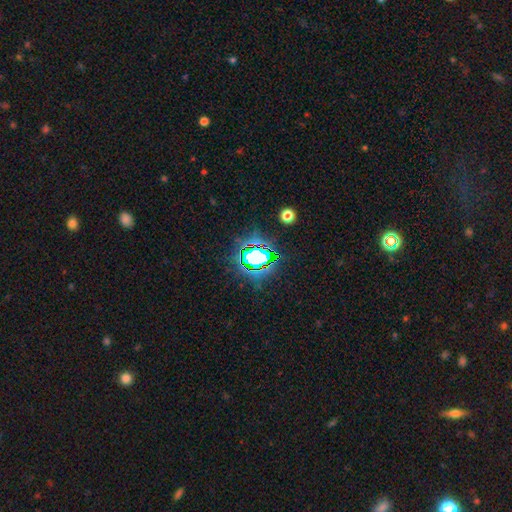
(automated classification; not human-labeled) This appears to be a star or artifact, not a galaxy (68%).